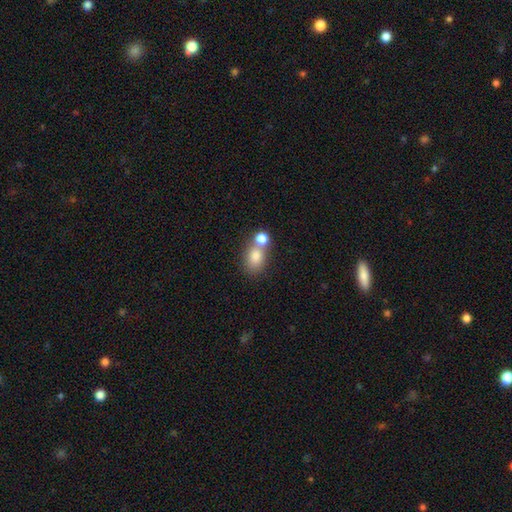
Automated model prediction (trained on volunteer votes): The model was most divided on "merging": merger: 48%, none: 39%, minor disturbance: 9%, major disturbance: 4%. More confident: smooth or featured — smooth (79%); how rounded — in between (56%).